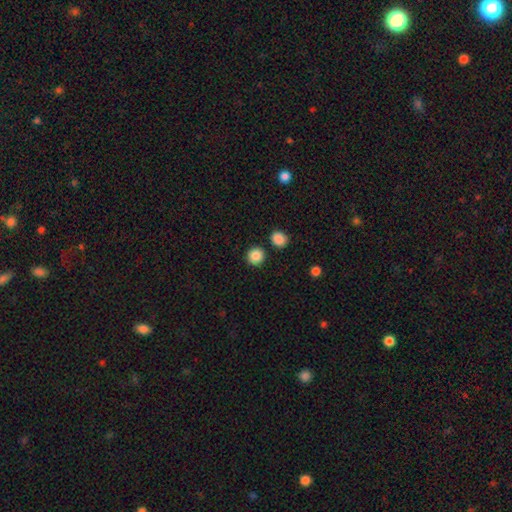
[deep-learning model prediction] smooth 87%, star or artifact 9%, featured or disk 3%. Down the decision tree: how rounded — round (92%); merging — none (88%).